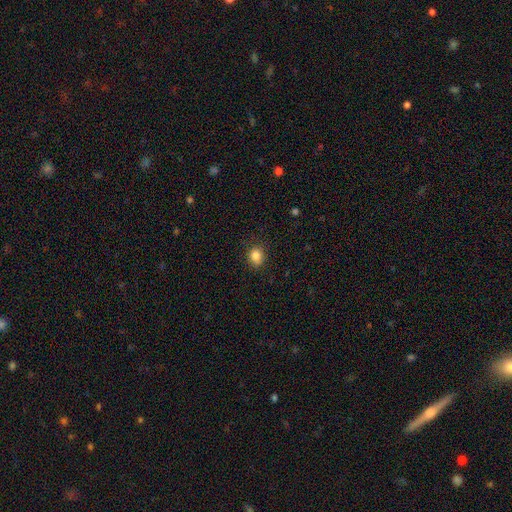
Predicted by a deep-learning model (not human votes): smooth 84%, star or artifact 11%, featured or disk 5%. Down the decision tree: how rounded — round (73%); merging — none (85%).